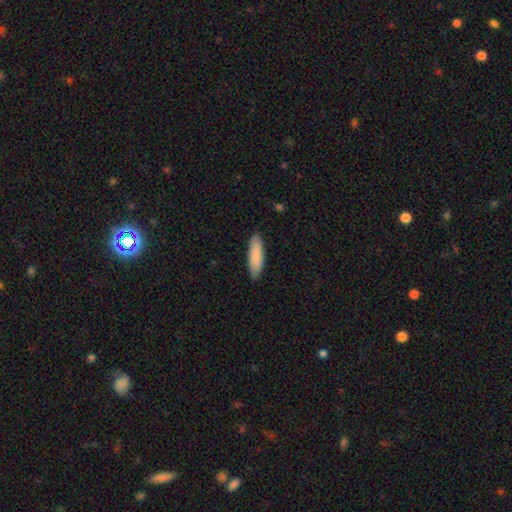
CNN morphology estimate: Q: Smooth or featured?
A: smooth (88%); runner-up: featured or disk (7%)
Q: How rounded?
A: cigar-shaped (59%); runner-up: in between (40%)
Q: Merging?
A: none (88%); runner-up: minor disturbance (9%)